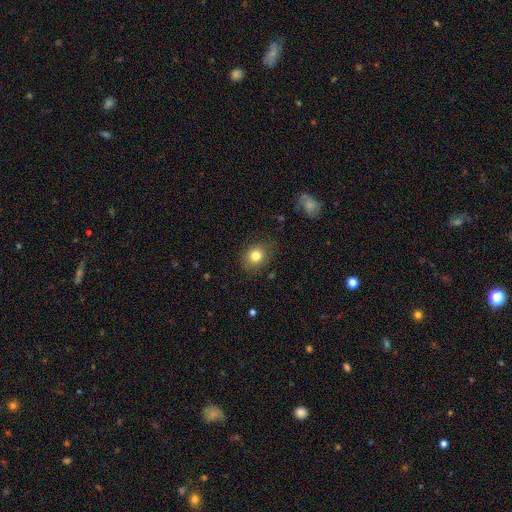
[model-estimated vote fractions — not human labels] Smooth or featured? Predicted: smooth (p=0.80). How rounded? Predicted: round (p=0.61). Merging? Predicted: none (p=0.80).